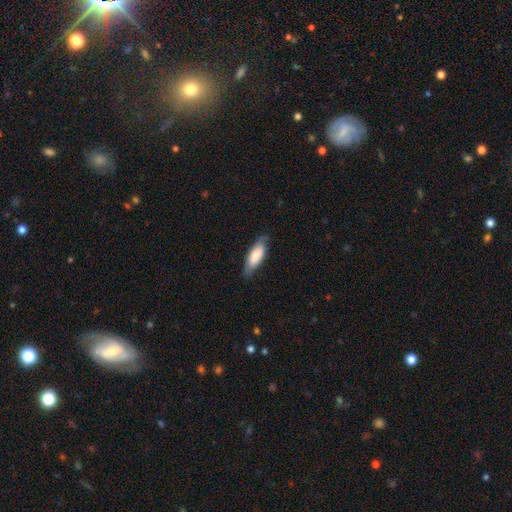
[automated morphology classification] Overall: smooth (73%). How rounded: in between (65%; cigar-shaped 33%). Merging: none (72%).